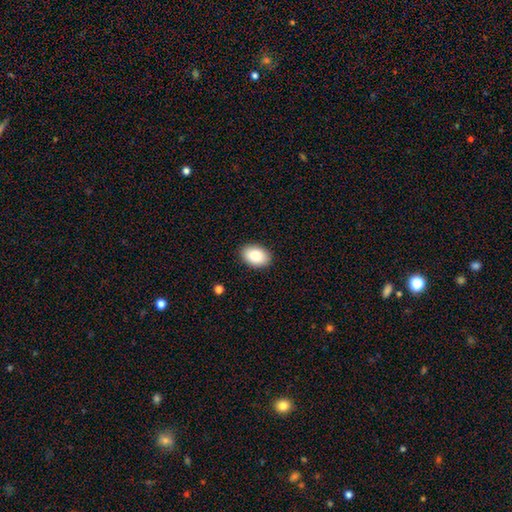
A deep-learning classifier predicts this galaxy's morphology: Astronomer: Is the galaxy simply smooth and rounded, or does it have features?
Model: smooth — 85%.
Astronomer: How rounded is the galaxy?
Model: in between — 86%.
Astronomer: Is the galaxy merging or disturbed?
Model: none — 90%.